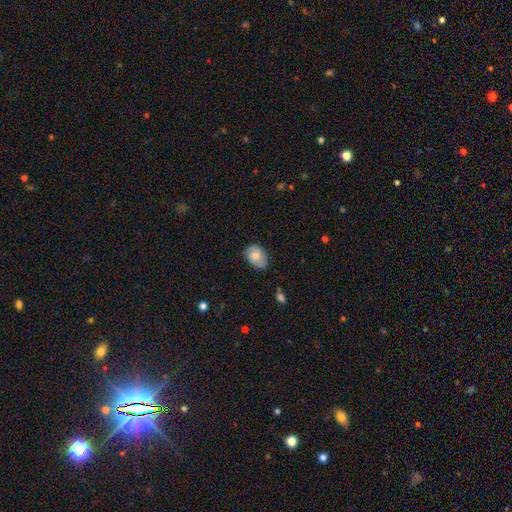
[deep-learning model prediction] smooth 65%, featured or disk 27%, star or artifact 8%. Down the decision tree: how rounded — in between (74%); merging — none (71%).